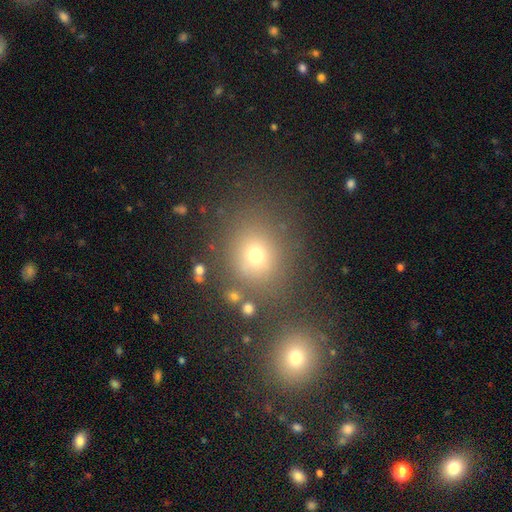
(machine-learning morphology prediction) A smooth galaxy with no disk features (68%) that is round (77%).

Vote fractions:
- Smooth or featured? smooth: 68% / star or artifact: 22% / featured or disk: 10%
- How rounded? round: 77% / in between: 22% / cigar-shaped: 1%
- Merging? none: 72% / merger: 12% / minor disturbance: 10% / major disturbance: 5%